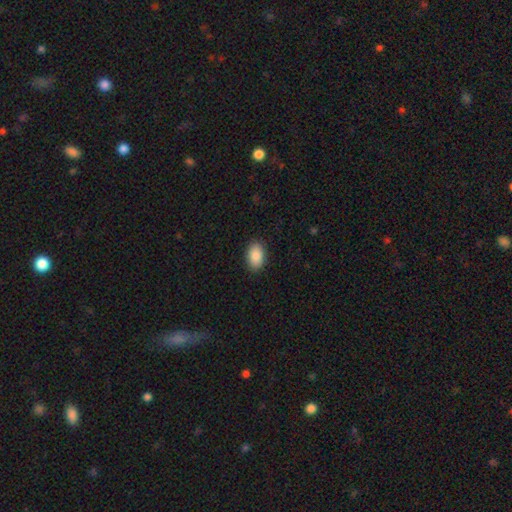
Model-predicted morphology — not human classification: Q: Smooth or featured?
A: smooth (89%); runner-up: star or artifact (7%)
Q: How rounded?
A: in between (91%); runner-up: round (8%)
Q: Merging?
A: none (89%); runner-up: minor disturbance (8%)